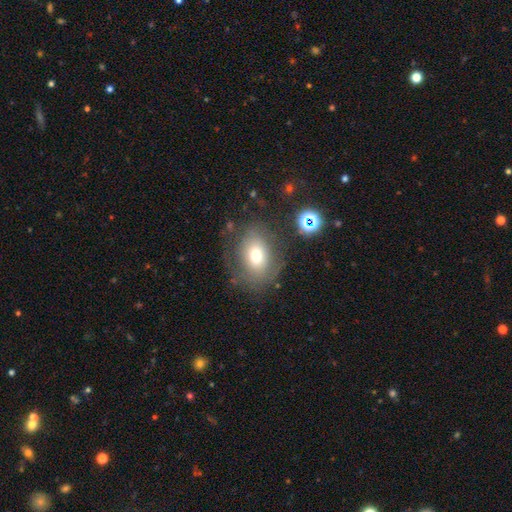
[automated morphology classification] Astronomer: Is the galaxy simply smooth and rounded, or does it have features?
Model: smooth — 66%.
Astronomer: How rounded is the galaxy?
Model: in between — 59% (runner-up: round, 40%).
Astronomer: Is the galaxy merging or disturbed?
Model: none — 68%.